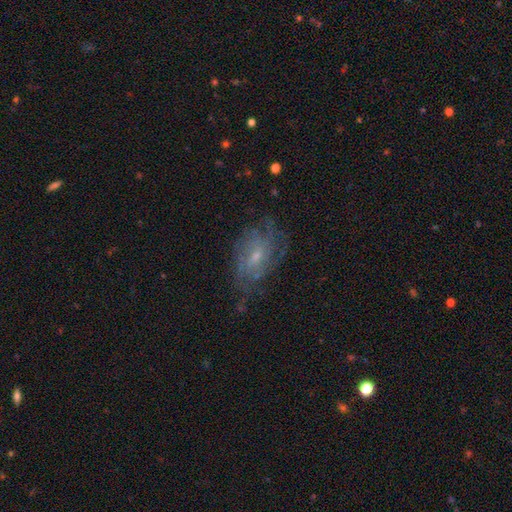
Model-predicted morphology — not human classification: Smooth or featured?
  - featured or disk: 70% *
  - smooth: 20%
  - star or artifact: 10%
Edge-on disk?
  - no: 95% *
  - yes: 5%
Bar?
  - no: 53% *
  - weak: 41%
  - strong: 6%
Spiral arms?
  - yes: 80% *
  - no: 20%
Spiral winding?
  - tight: 46% *
  - medium: 38%
  - loose: 16%
Spiral arm count?
  - can't tell: 54% *
  - 2: 14%
  - 3: 12%
  - 4: 10%
  - more than 4: 5%
  - 1: 5%
Bulge size?
  - small: 57% *
  - moderate: 35%
  - none: 5%
  - large: 2%
  - dominant: 1%
Merging?
  - none: 62% *
  - minor disturbance: 23%
  - major disturbance: 14%
  - merger: 2%